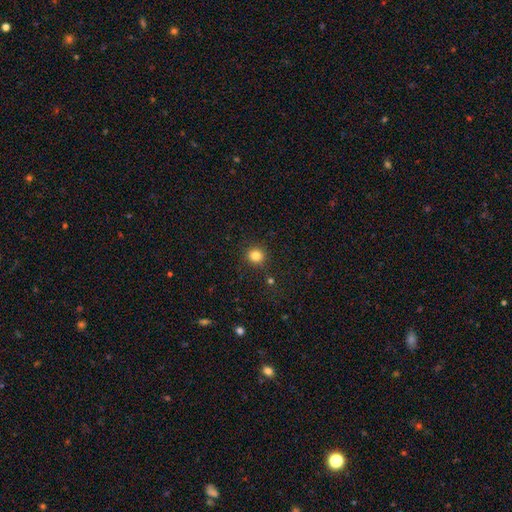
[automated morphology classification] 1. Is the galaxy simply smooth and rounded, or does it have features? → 83% smooth, 13% star or artifact, 5% featured or disk.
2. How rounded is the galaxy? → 91% round, 8% in between, 1% cigar-shaped.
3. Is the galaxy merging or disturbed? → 90% none, 6% minor disturbance, 2% major disturbance, 2% merger.